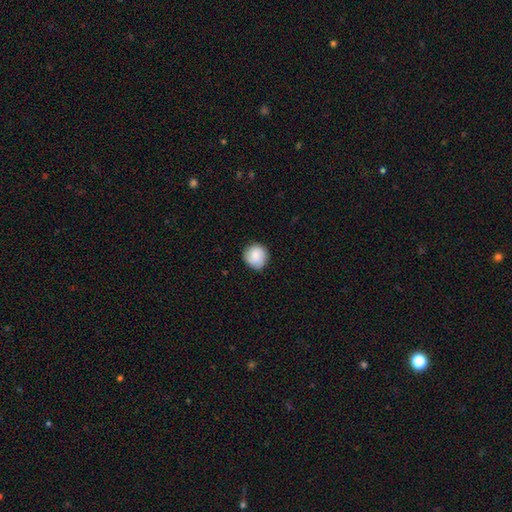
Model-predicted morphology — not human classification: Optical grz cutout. It shows a smooth galaxy with no disk features (77%) that is round (91%). Merging: none (84%).